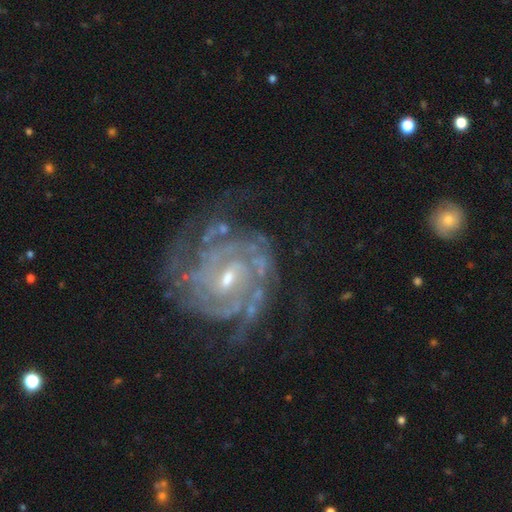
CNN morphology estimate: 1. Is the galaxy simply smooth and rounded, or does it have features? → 91% featured or disk, 6% star or artifact, 4% smooth.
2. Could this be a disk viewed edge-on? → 98% no, 2% yes.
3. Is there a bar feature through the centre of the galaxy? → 52% weak, 31% no, 17% strong.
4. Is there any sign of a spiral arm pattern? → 97% yes, 3% no.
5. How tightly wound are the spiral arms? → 71% tight, 25% medium, 5% loose.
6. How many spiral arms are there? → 28% can't tell, 19% 2, 19% 3, 17% 4, 9% more than 4, 7% 1.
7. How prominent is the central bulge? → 60% small, 36% moderate, 2% none, 1% large, 1% dominant.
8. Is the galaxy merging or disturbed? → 66% none, 19% minor disturbance, 13% major disturbance, 2% merger.